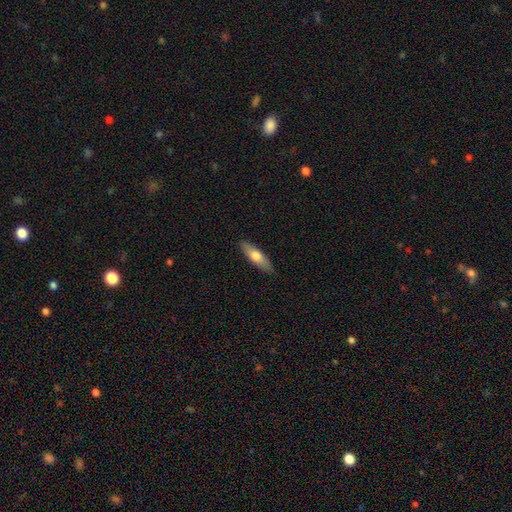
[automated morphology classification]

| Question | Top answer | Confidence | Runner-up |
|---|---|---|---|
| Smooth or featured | smooth | 64% | featured or disk (31%) |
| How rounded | cigar-shaped | 57% | in between (41%) |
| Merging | none | 88% | minor disturbance (9%) |